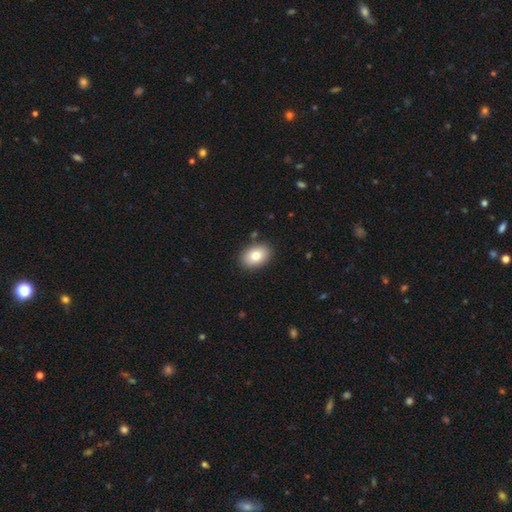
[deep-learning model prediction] Morphology: type=smooth (82%); roundness=in between (82%); merging=none (88%).